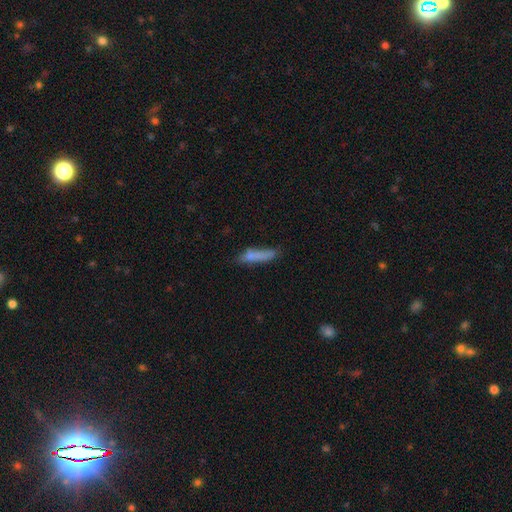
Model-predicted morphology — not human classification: smooth-or-featured: smooth: 72% | featured or disk: 19% | star or artifact: 9%
  how-rounded: cigar-shaped: 79% | in between: 19% | round: 2%
  merging: none: 55% | minor disturbance: 26% | major disturbance: 11% | merger: 8%